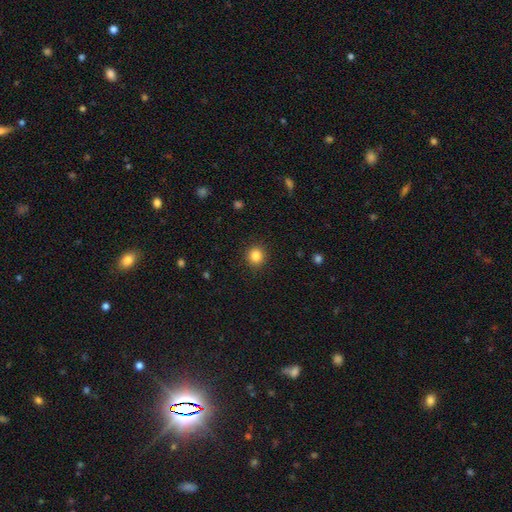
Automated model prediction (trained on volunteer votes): Morphology: type=smooth (84%); roundness=round (89%); merging=none (90%).